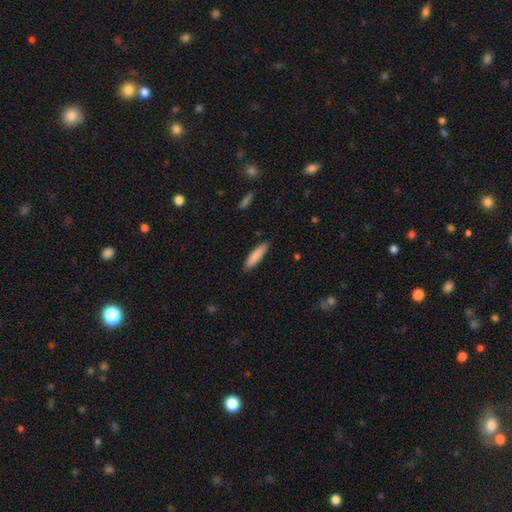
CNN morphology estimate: The model was most divided on "how rounded": cigar-shaped: 79%, in between: 20%, round: 1%. More confident: merging — none (89%); smooth or featured — smooth (86%).